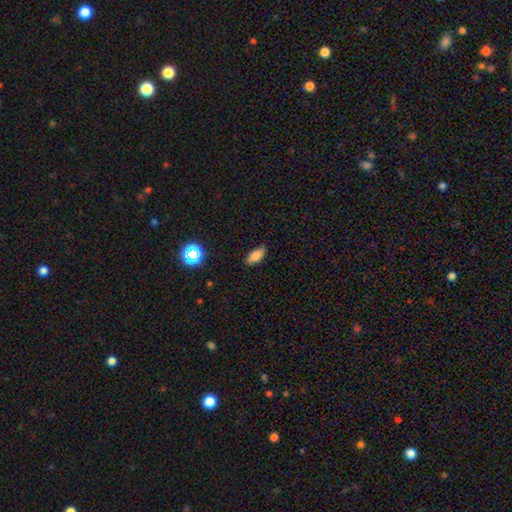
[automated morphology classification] The model was most divided on "merging": none: 83%, minor disturbance: 13%, major disturbance: 2%, merger: 1%. More confident: how rounded — in between (86%); smooth or featured — smooth (80%).